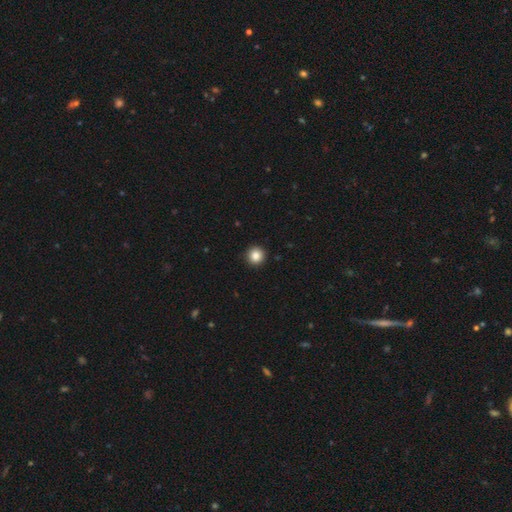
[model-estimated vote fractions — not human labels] Q: Smooth or featured?
A: smooth (86%); runner-up: star or artifact (10%)
Q: How rounded?
A: round (95%); runner-up: in between (4%)
Q: Merging?
A: none (93%); runner-up: minor disturbance (5%)